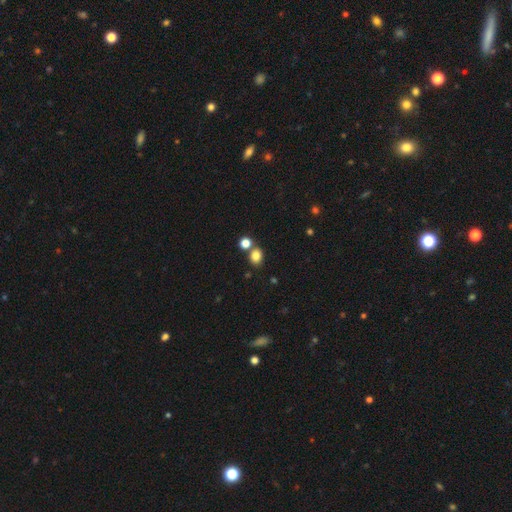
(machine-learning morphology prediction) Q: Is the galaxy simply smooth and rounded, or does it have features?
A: smooth — 82%.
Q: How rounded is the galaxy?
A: round — 51%.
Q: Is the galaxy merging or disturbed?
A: none — 67%.